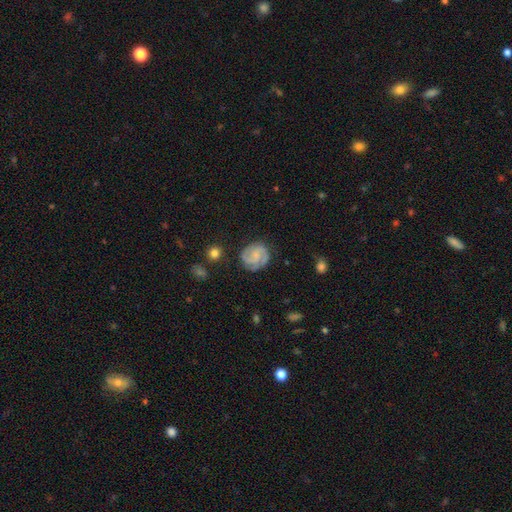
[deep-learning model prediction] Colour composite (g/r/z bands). It shows a featured or disk galaxy (76%) with no bar (56%), 2 (52%) tight (52%) spiral arms (96%) and a small central bulge (43%). Merging: none (77%).